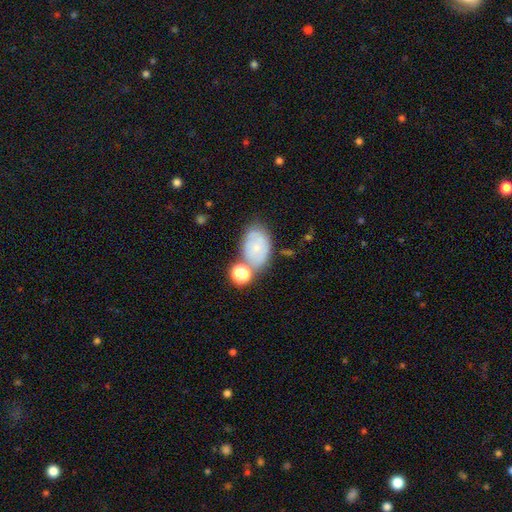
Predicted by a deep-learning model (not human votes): The model was most divided on "smooth or featured": smooth: 46%, featured or disk: 35%, star or artifact: 19%. More confident: merging — none (59%).